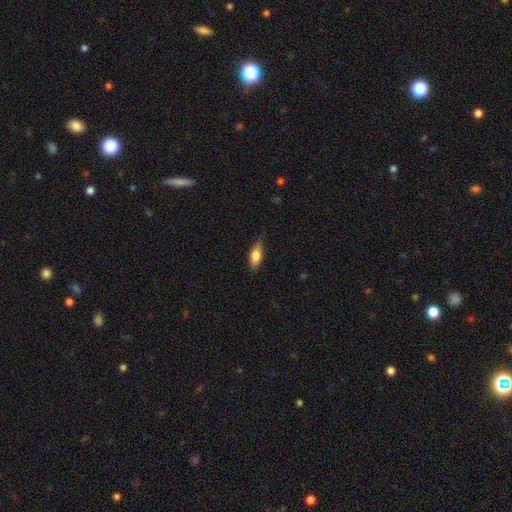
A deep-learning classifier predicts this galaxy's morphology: Smooth or featured? Predicted: smooth (p=0.76). How rounded? Predicted: in between (p=0.72). Merging? Predicted: none (p=0.78).